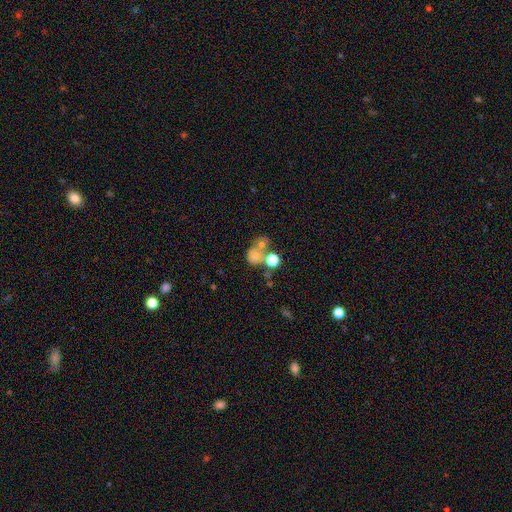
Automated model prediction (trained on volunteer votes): smooth 62%, featured or disk 23%, star or artifact 15%. Down the decision tree: how rounded — round (70%); merging — merger (49%).